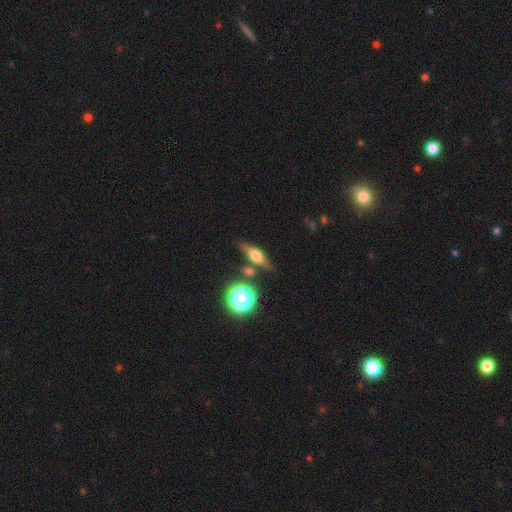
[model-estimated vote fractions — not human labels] Morphology: type=featured or disk (46%); merging=none (75%).